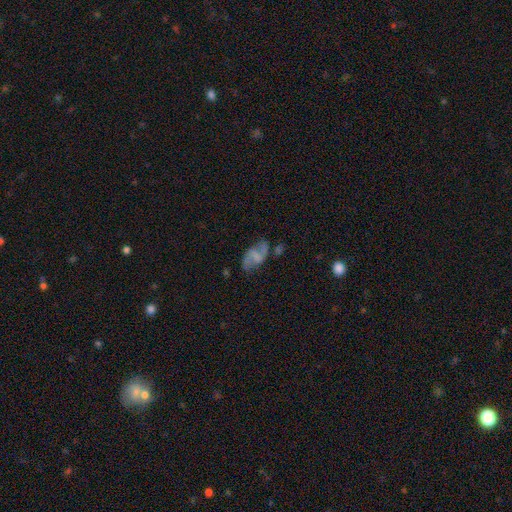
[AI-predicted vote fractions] Q: Smooth or featured?
A: featured or disk (67%); runner-up: smooth (24%)
Q: Edge-on disk?
A: no (97%); runner-up: yes (3%)
Q: Bar?
A: weak (45%); runner-up: strong (28%)
Q: Spiral arms?
A: yes (86%); runner-up: no (14%)
Q: Spiral winding?
A: loose (57%); runner-up: medium (34%)
Q: Spiral arm count?
A: 2 (89%); runner-up: can't tell (5%)
Q: Bulge size?
A: none (59%); runner-up: small (22%)
Q: Merging?
A: none (63%); runner-up: minor disturbance (20%)